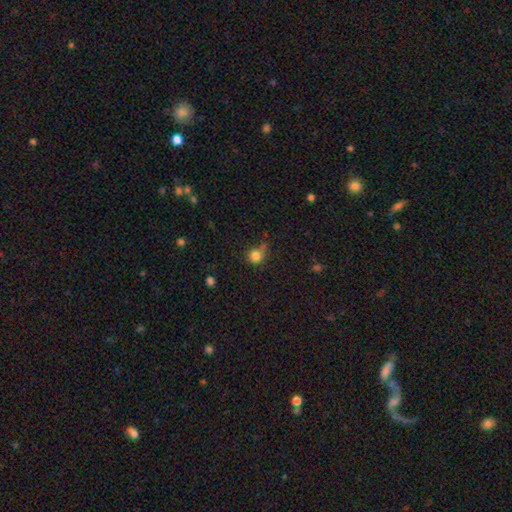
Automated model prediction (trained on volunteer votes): This appears to be a smooth galaxy with no disk features (82%) that is round (90%). Merging: none (64%).